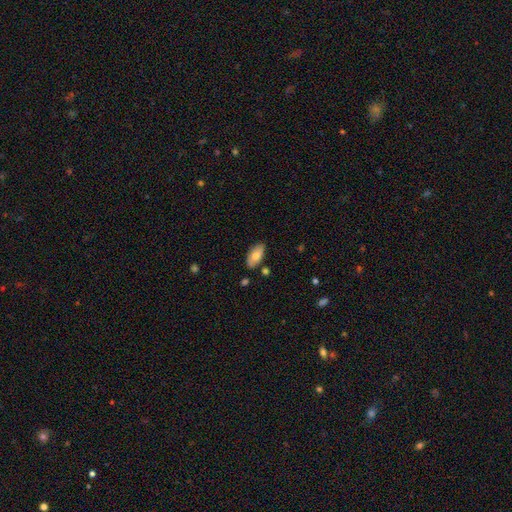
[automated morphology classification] Q: Smooth or featured?
A: smooth (71%); runner-up: featured or disk (22%)
Q: How rounded?
A: in between (91%); runner-up: cigar-shaped (6%)
Q: Merging?
A: none (81%); runner-up: minor disturbance (13%)